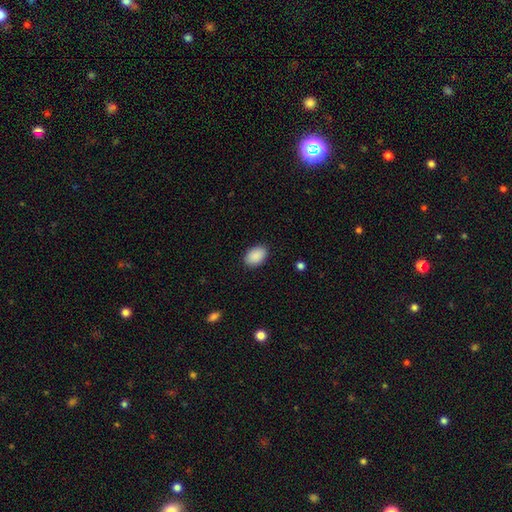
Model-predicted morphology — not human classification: Q: Smooth or featured?
A: smooth (90%); runner-up: star or artifact (7%)
Q: How rounded?
A: in between (87%); runner-up: round (12%)
Q: Merging?
A: none (88%); runner-up: minor disturbance (8%)